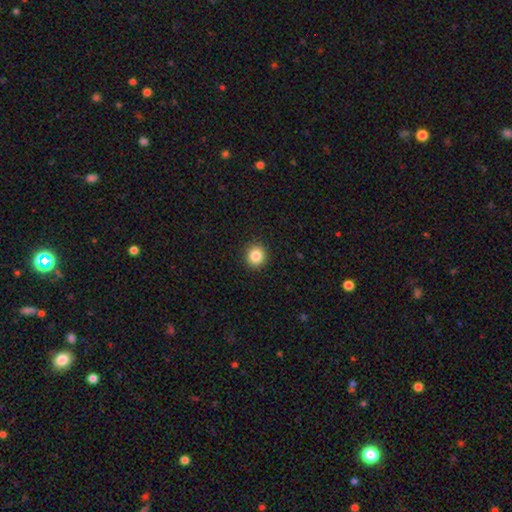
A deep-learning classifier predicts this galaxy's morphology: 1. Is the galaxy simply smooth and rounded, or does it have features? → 85% smooth, 10% star or artifact, 5% featured or disk.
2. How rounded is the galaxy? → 90% round, 9% in between, 1% cigar-shaped.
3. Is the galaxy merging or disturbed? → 92% none, 5% minor disturbance, 2% major disturbance, 1% merger.